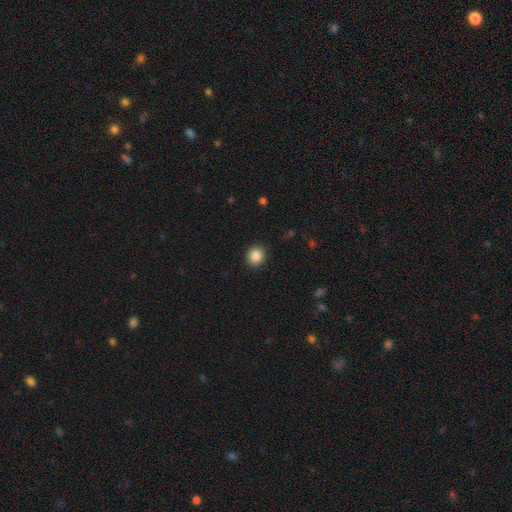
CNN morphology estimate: This appears to be a smooth galaxy with no disk features (87%) that is round (71%). Merging: none (90%).